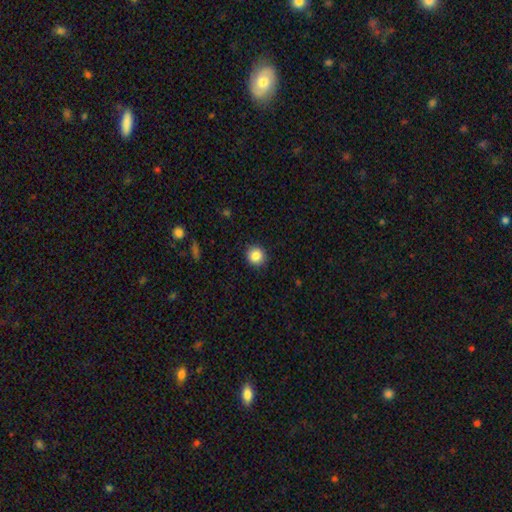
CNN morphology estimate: This appears to be a smooth galaxy with no disk features (87%) that is round (91%). Merging: none (90%).